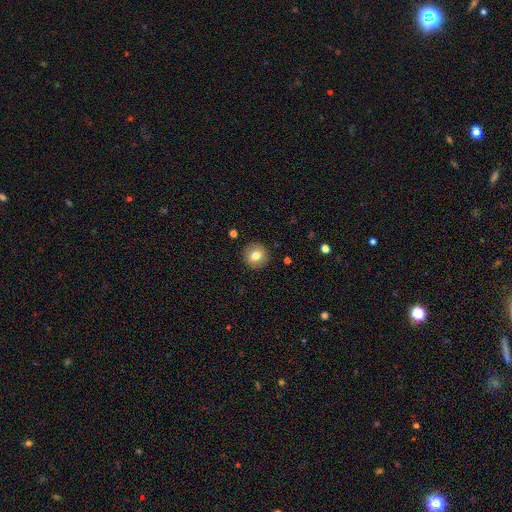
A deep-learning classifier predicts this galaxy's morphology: This appears to be a smooth galaxy with no disk features (76%) that is round (91%). Merging: none (90%).